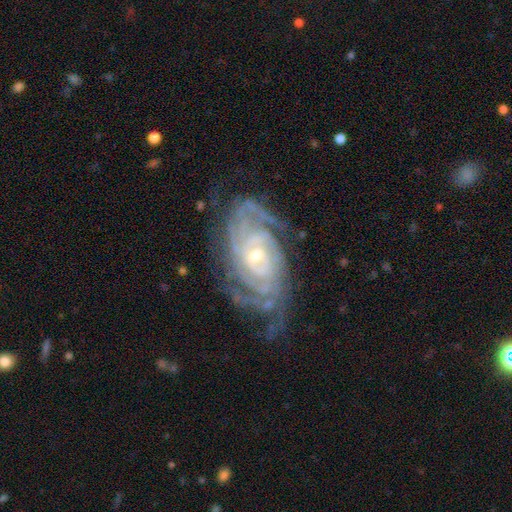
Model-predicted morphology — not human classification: Smooth or featured?
  - featured or disk: 91% *
  - star or artifact: 5%
  - smooth: 4%
Edge-on disk?
  - no: 96% *
  - yes: 4%
Bar?
  - no: 53% *
  - weak: 34%
  - strong: 13%
Spiral arms?
  - yes: 98% *
  - no: 2%
Spiral winding?
  - tight: 77% *
  - medium: 20%
  - loose: 3%
Spiral arm count?
  - 4: 26% *
  - can't tell: 22%
  - 3: 19%
  - 2: 15%
  - more than 4: 12%
  - 1: 6%
Bulge size?
  - small: 58% *
  - moderate: 38%
  - large: 2%
  - none: 1%
  - dominant: 1%
Merging?
  - none: 70% *
  - minor disturbance: 20%
  - major disturbance: 9%
  - merger: 2%